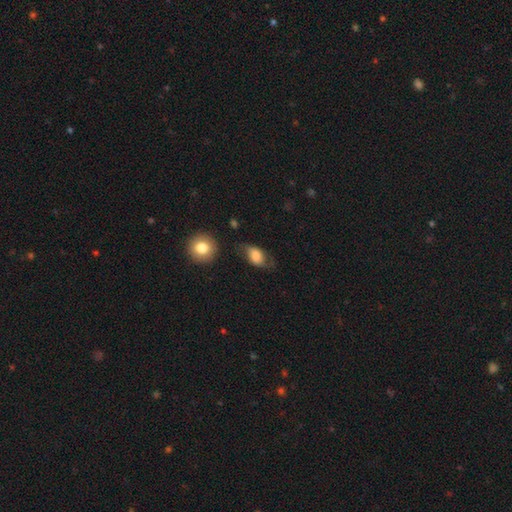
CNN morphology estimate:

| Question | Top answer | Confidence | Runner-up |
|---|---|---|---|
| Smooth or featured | smooth | 71% | featured or disk (21%) |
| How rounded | in between | 84% | round (13%) |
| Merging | none | 53% | minor disturbance (29%) |